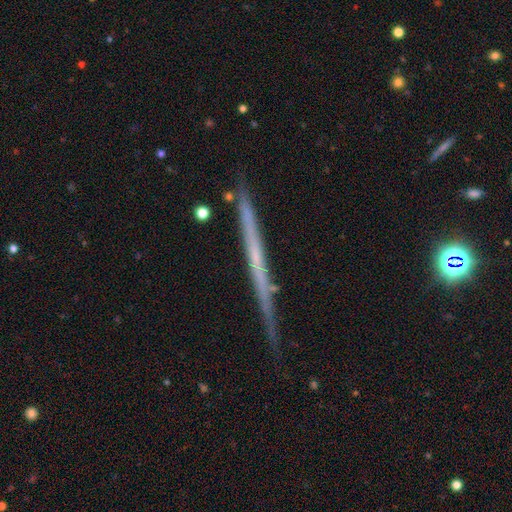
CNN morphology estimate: smooth_or_featured: featured or disk (p=0.65) [alt: smooth p=0.27]
disk_edge_on: yes (p=0.97) [alt: no p=0.03]
edge_on_bulge: none (p=0.87) [alt: rounded p=0.09]
merging: none (p=0.82) [alt: minor disturbance p=0.14]